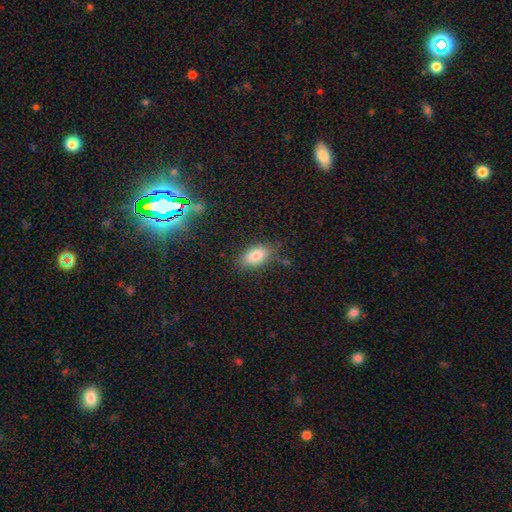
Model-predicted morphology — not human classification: The model was most divided on "merging": none: 78%, minor disturbance: 15%, major disturbance: 4%, merger: 2%. More confident: how rounded — in between (90%); smooth or featured — smooth (82%).